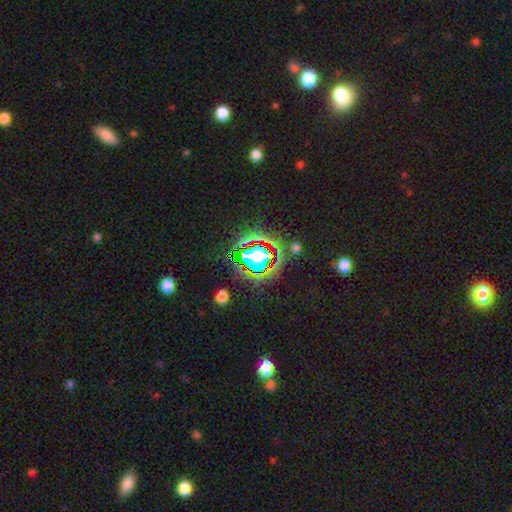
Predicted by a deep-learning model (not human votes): This appears to be a star or artifact, not a galaxy (63%).